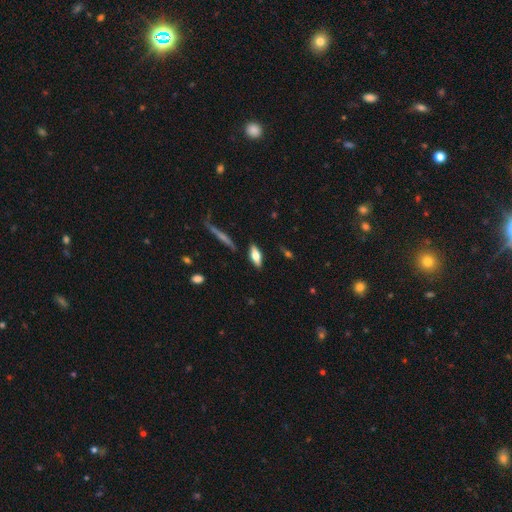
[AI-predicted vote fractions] smooth-or-featured: smooth: 57% | featured or disk: 36% | star or artifact: 8%
  how-rounded: in between: 71% | cigar-shaped: 25% | round: 3%
  merging: none: 82% | minor disturbance: 12% | major disturbance: 3% | merger: 3%